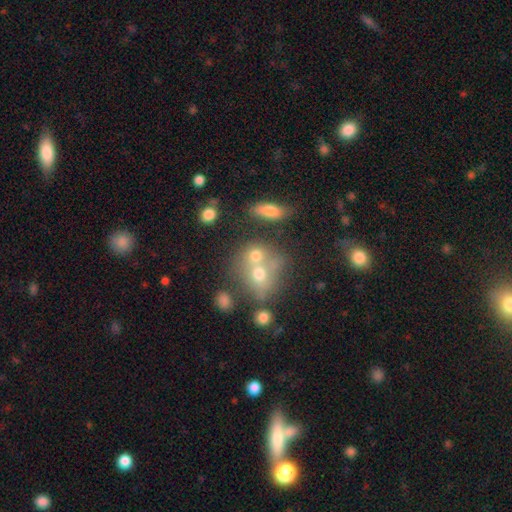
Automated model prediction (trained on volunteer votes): Overall: smooth (64%). How rounded: round (60%; in between 38%). Merging: merger (54%; none 31%).